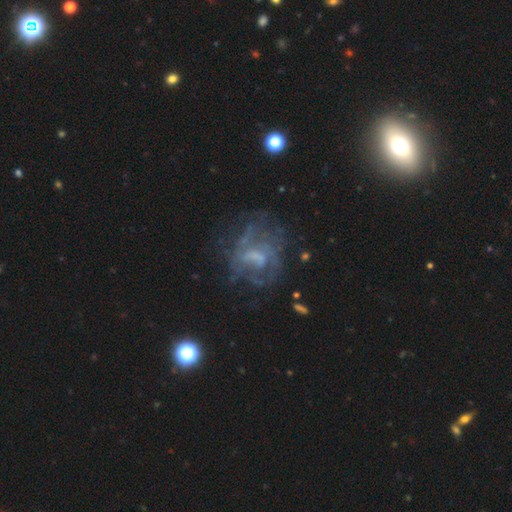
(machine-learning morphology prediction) Smooth or featured?
  - featured or disk: 65% *
  - smooth: 18%
  - star or artifact: 16%
Edge-on disk?
  - no: 97% *
  - yes: 3%
Bar?
  - no: 55% *
  - weak: 36%
  - strong: 10%
Spiral arms?
  - no: 56% *
  - yes: 44%
Bulge size?
  - none: 43% *
  - small: 28%
  - moderate: 24%
  - large: 4%
  - dominant: 1%
Merging?
  - none: 50% *
  - major disturbance: 28%
  - minor disturbance: 18%
  - merger: 4%